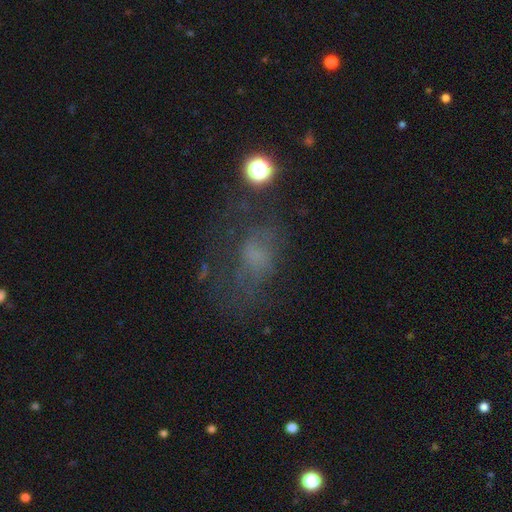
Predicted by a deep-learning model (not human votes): smooth-or-featured: smooth: 39% | featured or disk: 36% | star or artifact: 25%
  merging: none: 42% | major disturbance: 34% | minor disturbance: 20% | merger: 4%